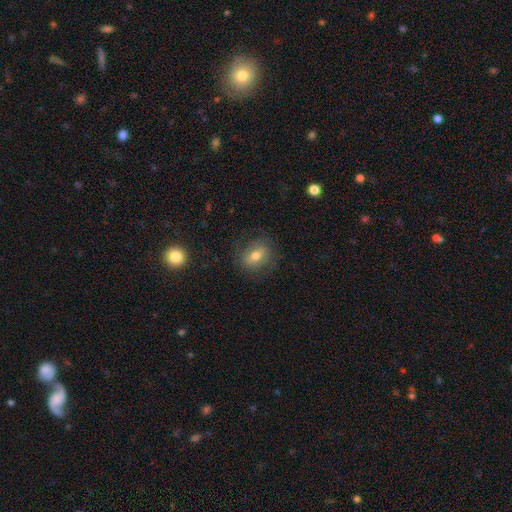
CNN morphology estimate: smooth_or_featured: smooth (p=0.56) [alt: featured or disk p=0.34]
how_rounded: in between (p=0.56) [alt: round p=0.41]
merging: none (p=0.76) [alt: minor disturbance p=0.15]